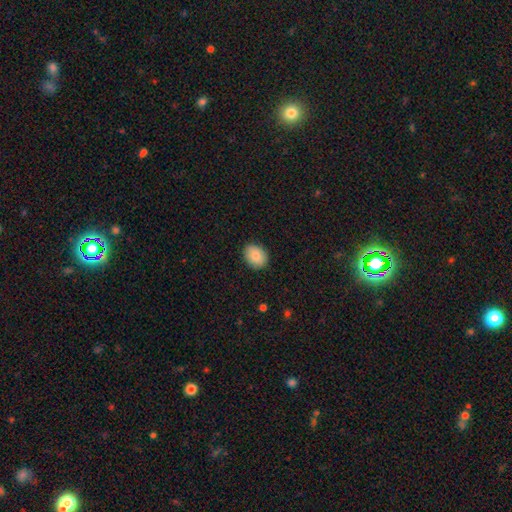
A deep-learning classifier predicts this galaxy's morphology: type=smooth (86%); roundness=in between (57%); merging=none (89%).